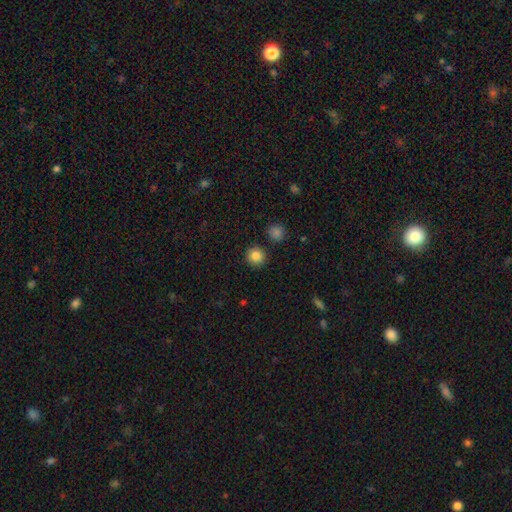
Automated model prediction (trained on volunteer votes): Smooth or featured? Predicted: smooth (p=0.85). How rounded? Predicted: round (p=0.93). Merging? Predicted: none (p=0.90).